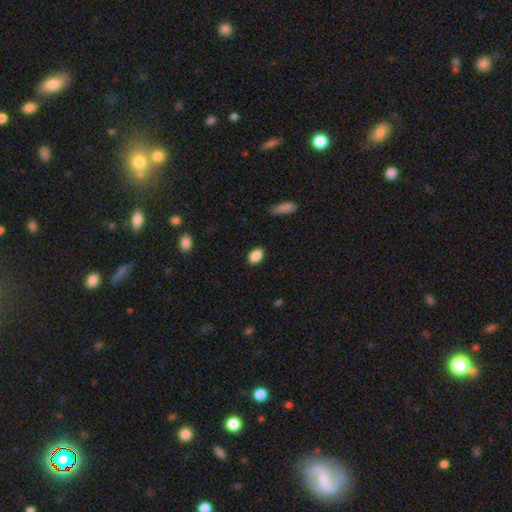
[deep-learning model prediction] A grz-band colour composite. It shows a smooth galaxy with no disk features (87%) that is in between round and cigar-shaped (89%). Merging: none (87%).